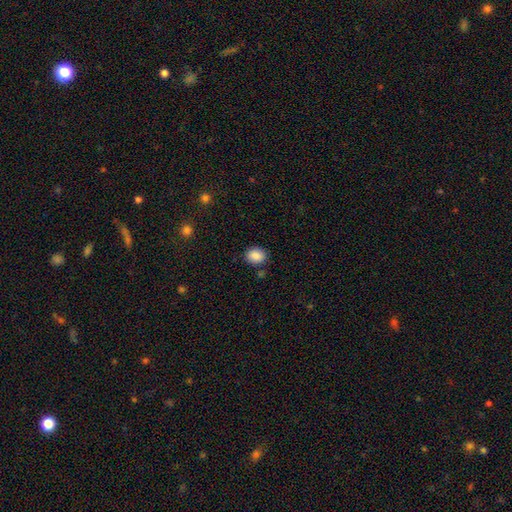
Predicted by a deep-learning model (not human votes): smooth-or-featured: smooth: 88% | star or artifact: 9% | featured or disk: 4%
  how-rounded: round: 53% | in between: 46% | cigar-shaped: 1%
  merging: none: 84% | minor disturbance: 10% | merger: 3% | major disturbance: 3%